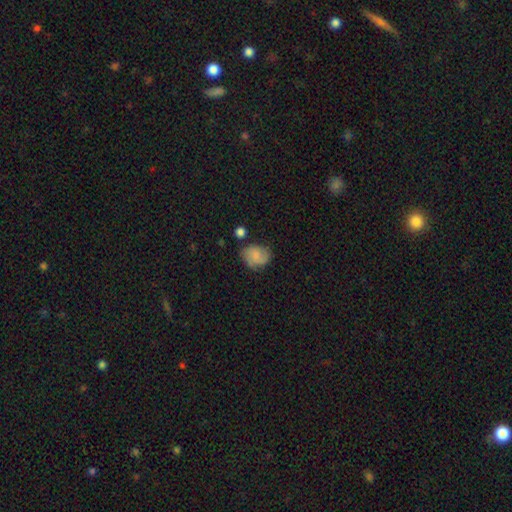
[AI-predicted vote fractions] A smooth galaxy with no disk features (71%) that is in between round and cigar-shaped (53%).

Vote fractions:
- Smooth or featured? smooth: 71% / featured or disk: 20% / star or artifact: 9%
- How rounded? in between: 53% / round: 46% / cigar-shaped: 1%
- Merging? none: 61% / minor disturbance: 26% / major disturbance: 8% / merger: 5%